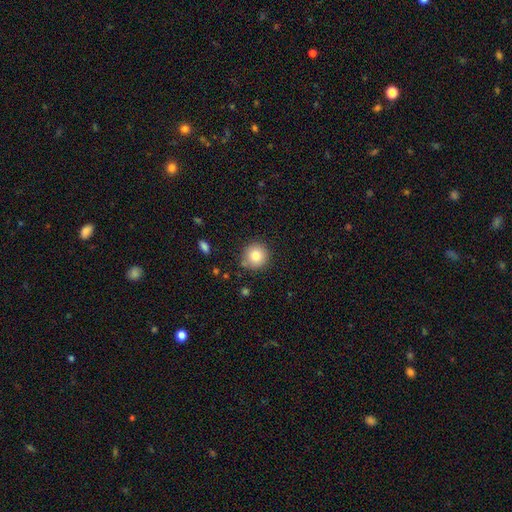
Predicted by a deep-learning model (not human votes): Morphology: type=smooth (81%); roundness=round (94%); merging=none (85%).